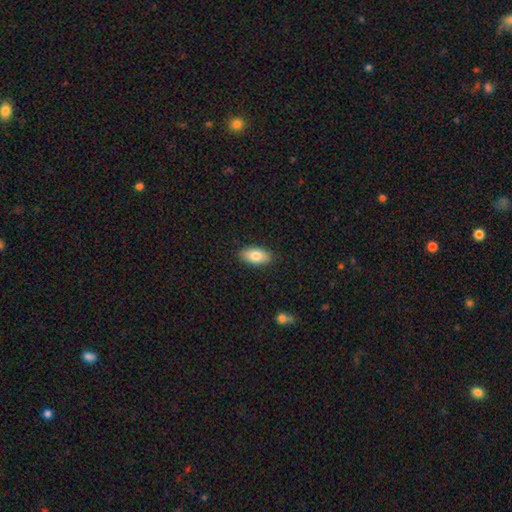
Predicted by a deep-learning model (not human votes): smooth_or_featured: smooth (p=0.82) [alt: featured or disk p=0.12]
how_rounded: in between (p=0.92) [alt: cigar-shaped p=0.04]
merging: none (p=0.88) [alt: minor disturbance p=0.09]